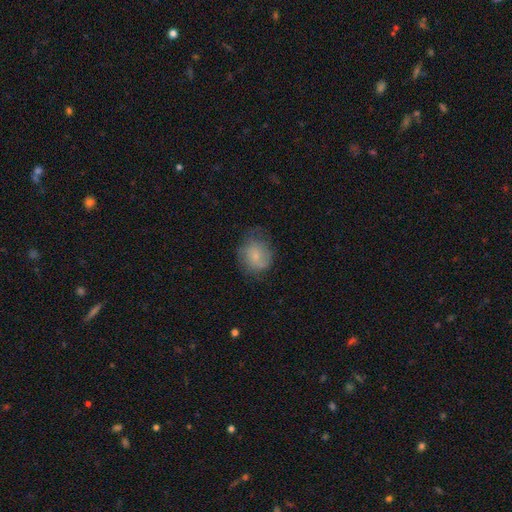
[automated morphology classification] smooth-or-featured: smooth: 69% | featured or disk: 22% | star or artifact: 9%
  how-rounded: round: 71% | in between: 28% | cigar-shaped: 1%
  merging: none: 60% | minor disturbance: 27% | major disturbance: 12% | merger: 1%